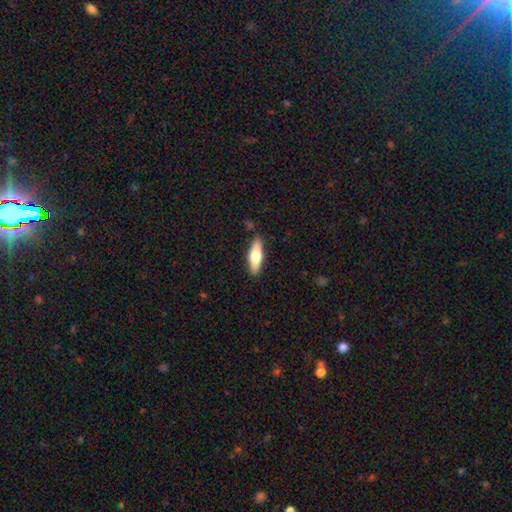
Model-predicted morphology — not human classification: Smooth or featured? Predicted: smooth (p=0.57). How rounded? Predicted: cigar-shaped (p=0.51). Merging? Predicted: none (p=0.87).